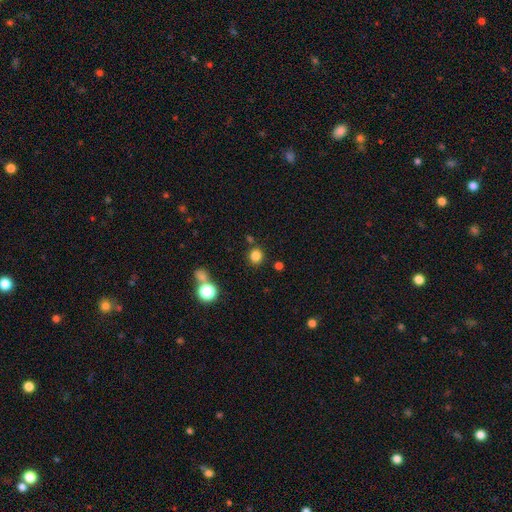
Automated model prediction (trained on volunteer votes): smooth-or-featured: smooth: 82% | star or artifact: 14% | featured or disk: 4%
  how-rounded: round: 88% | in between: 11% | cigar-shaped: 1%
  merging: none: 83% | minor disturbance: 8% | merger: 6% | major disturbance: 3%